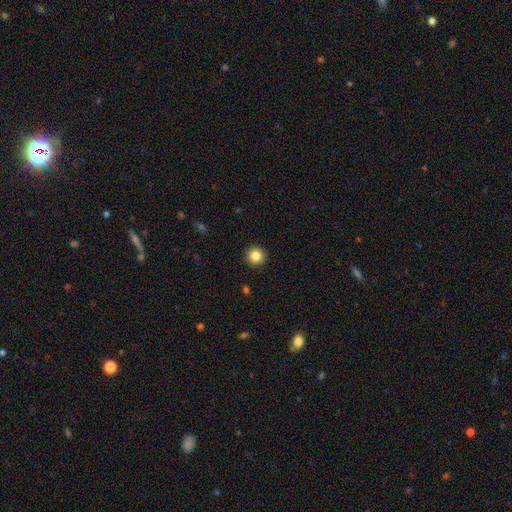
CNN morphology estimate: Smooth or featured? smooth (85%)
How rounded? round (95%)
Merging? none (93%)